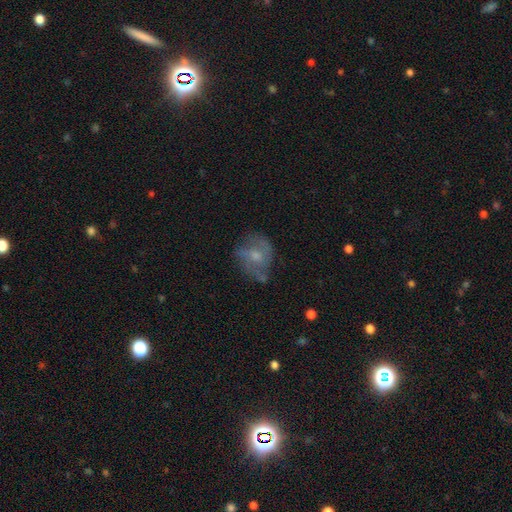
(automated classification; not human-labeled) This is possibly a featured or disk galaxy (54%). It is clearly not viewed edge-on (96%). Bar: likely no (67%). Spiral arm pattern: likely yes (62%). Central bulge: possibly moderate (51%). Merging: possibly none (51%).